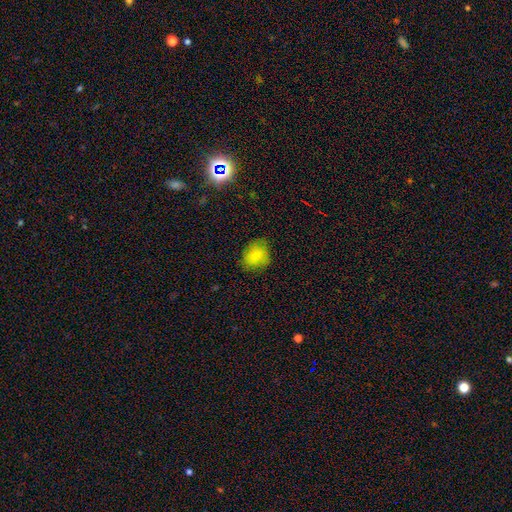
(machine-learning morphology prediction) smooth 82%, star or artifact 9%, featured or disk 9%. Down the decision tree: how rounded — round (60%); merging — none (74%).